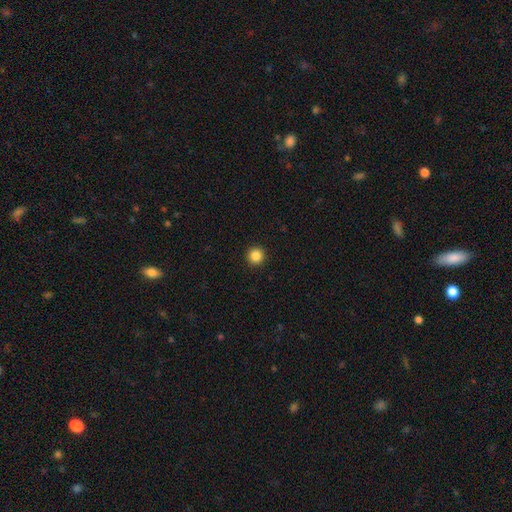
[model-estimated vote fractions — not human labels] Smooth or featured: smooth — 86% (star or artifact — 11%)
How rounded: round — 96% (in between — 3%)
Merging: none — 94% (minor disturbance — 4%)